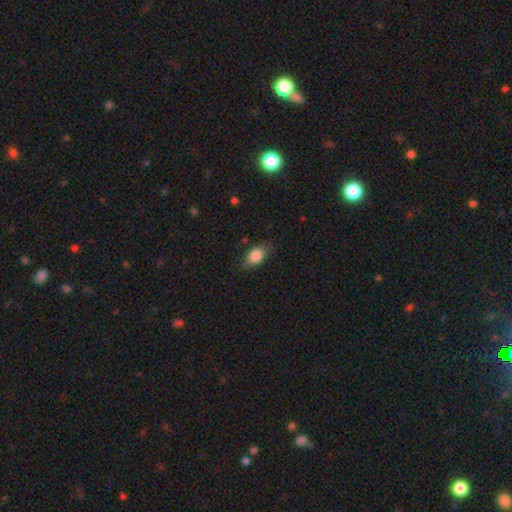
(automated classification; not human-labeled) Smooth or featured: smooth — 84% (featured or disk — 8%)
How rounded: in between — 84% (round — 12%)
Merging: none — 74% (minor disturbance — 19%)